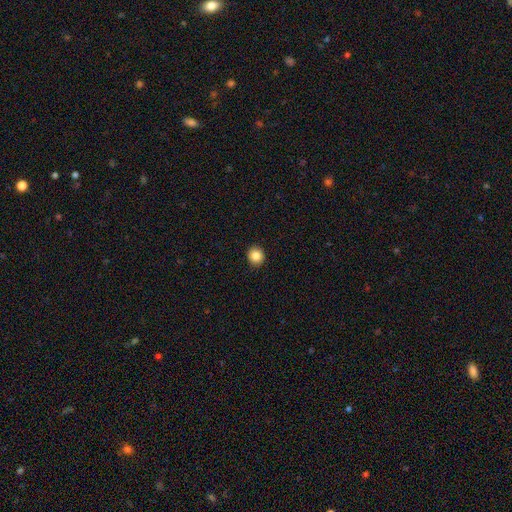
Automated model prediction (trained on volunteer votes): Smooth or featured?
  - smooth: 86% *
  - star or artifact: 10%
  - featured or disk: 5%
How rounded?
  - round: 89% *
  - in between: 10%
  - cigar-shaped: 1%
Merging?
  - none: 92% *
  - minor disturbance: 6%
  - major disturbance: 2%
  - merger: 1%